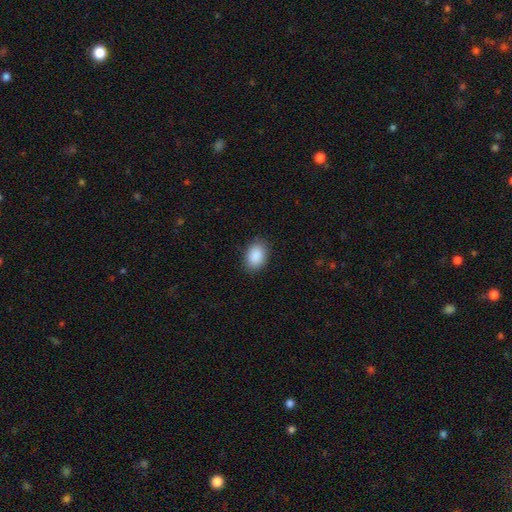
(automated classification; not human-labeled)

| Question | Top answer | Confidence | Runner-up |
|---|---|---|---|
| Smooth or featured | smooth | 90% | star or artifact (7%) |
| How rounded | in between | 83% | round (16%) |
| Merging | none | 86% | minor disturbance (10%) |